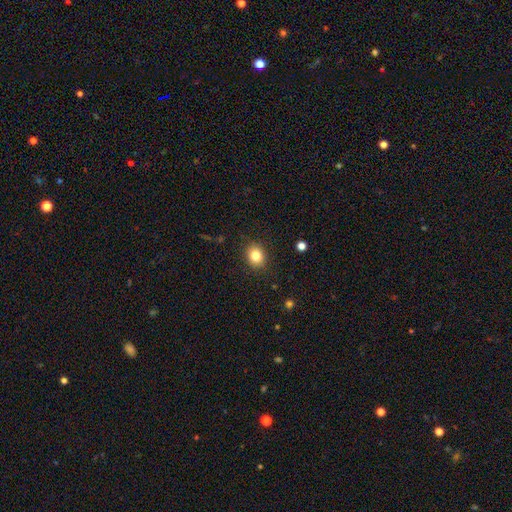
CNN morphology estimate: A smooth galaxy with no disk features (83%) that is round (69%). Merging: none (88%).